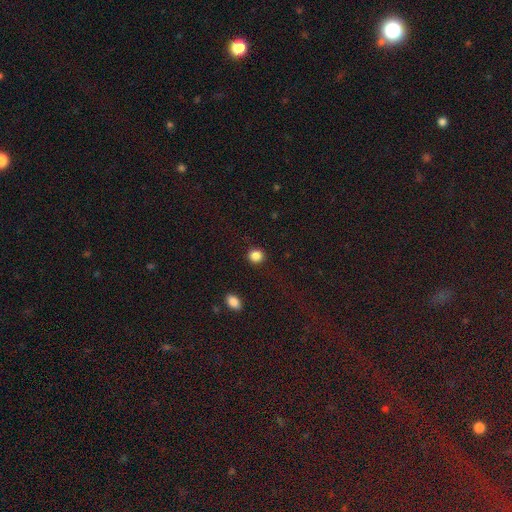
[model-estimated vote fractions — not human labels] Overall: smooth (87%). How rounded: round (84%). Merging: none (90%).